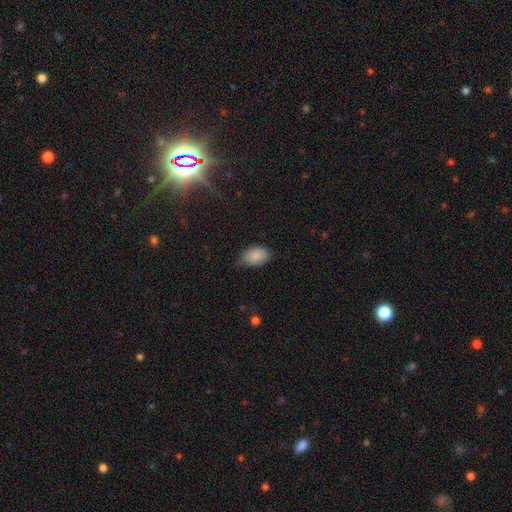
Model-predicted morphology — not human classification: Smooth or featured? Predicted: smooth (p=0.87). How rounded? Predicted: in between (p=0.87). Merging? Predicted: none (p=0.62).